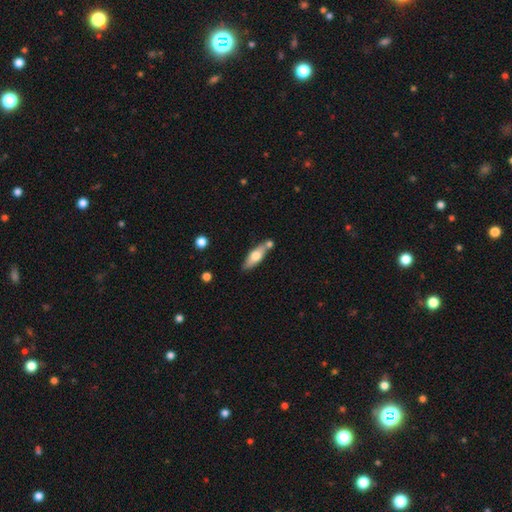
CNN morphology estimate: The model was most divided on "how rounded": in between: 52%, cigar-shaped: 46%, round: 3%. More confident: merging — none (66%); smooth or featured — smooth (57%).